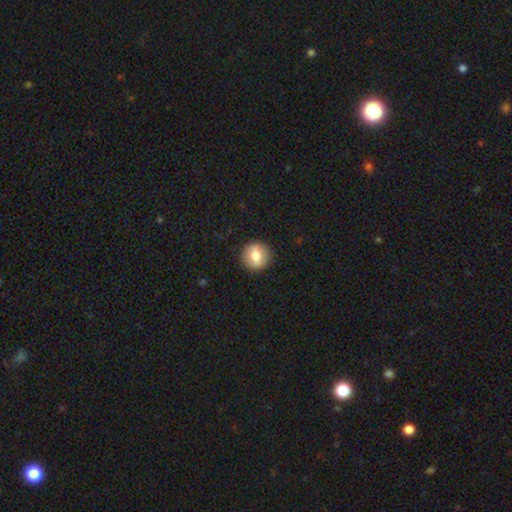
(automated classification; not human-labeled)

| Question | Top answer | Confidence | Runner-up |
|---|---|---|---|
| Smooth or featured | smooth | 71% | featured or disk (21%) |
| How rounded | round | 89% | in between (10%) |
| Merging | none | 90% | minor disturbance (7%) |